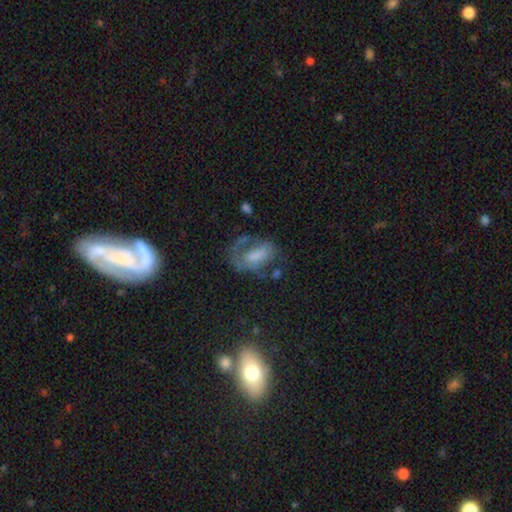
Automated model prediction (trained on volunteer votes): featured or disk 49%, smooth 37%, star or artifact 14%. Down the decision tree: merging — none (42%).